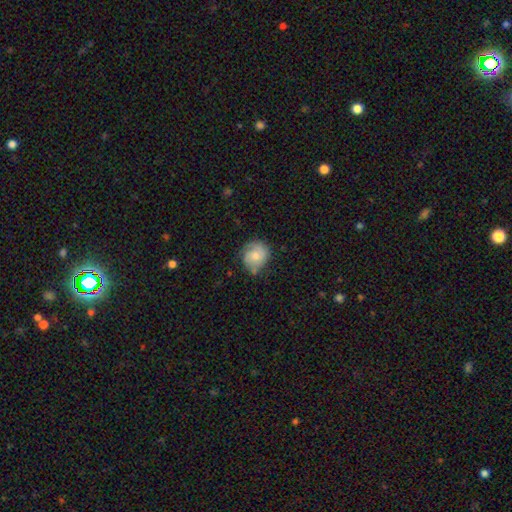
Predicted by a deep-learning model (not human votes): A smooth galaxy with no disk features (50%) that is round (74%).

Vote fractions:
- Smooth or featured? smooth: 50% / featured or disk: 42% / star or artifact: 8%
- How rounded? round: 74% / in between: 25% / cigar-shaped: 1%
- Merging? none: 64% / minor disturbance: 26% / major disturbance: 8% / merger: 3%